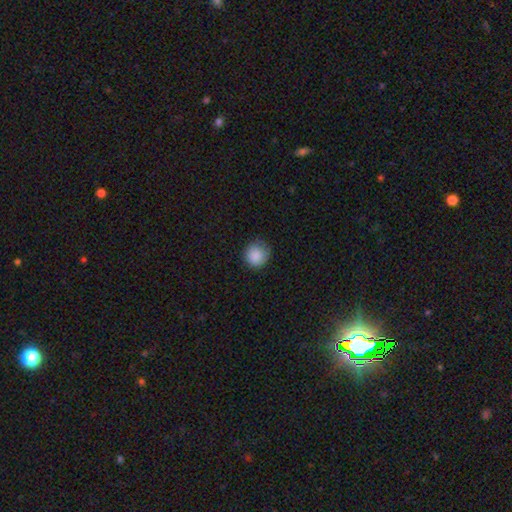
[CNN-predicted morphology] This appears to be a smooth galaxy with no disk features (88%) that is round (92%). Merging: none (81%).